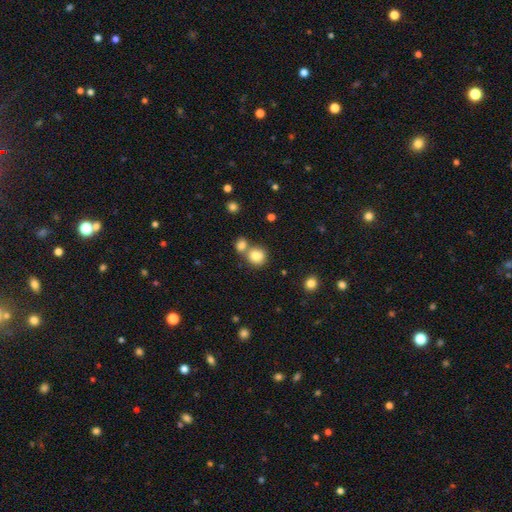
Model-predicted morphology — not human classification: Smooth or featured? Predicted: smooth (p=0.82). How rounded? Predicted: round (p=0.84). Merging? Predicted: none (p=0.52).